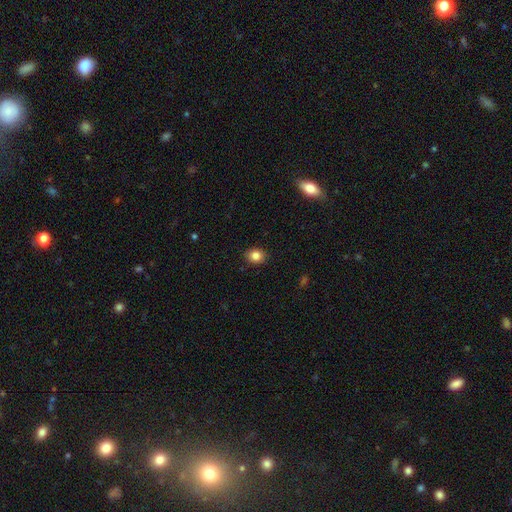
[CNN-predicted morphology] smooth_or_featured: smooth (p=0.85) [alt: star or artifact p=0.10]
how_rounded: round (p=0.59) [alt: in between p=0.40]
merging: none (p=0.89) [alt: minor disturbance p=0.08]